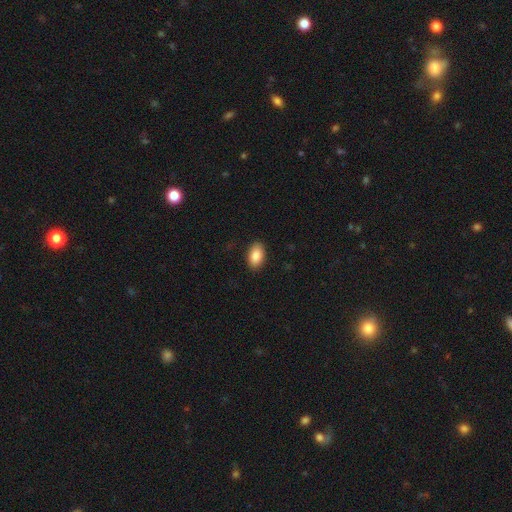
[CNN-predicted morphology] This appears to be a smooth galaxy with no disk features (88%) that is in between round and cigar-shaped (92%). Merging: none (89%).